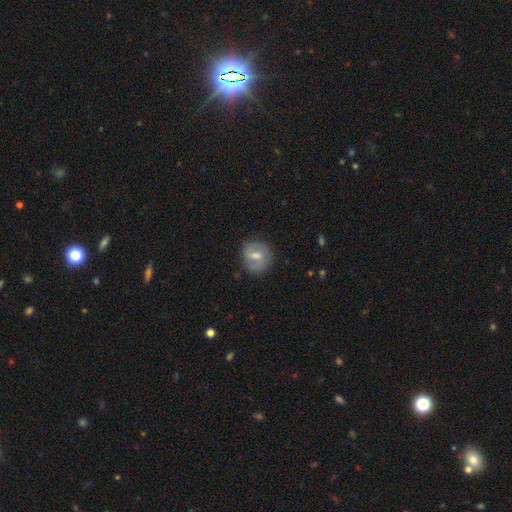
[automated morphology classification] Smooth or featured: featured or disk — 51% (smooth — 40%)
Edge-on disk: no — 96% (yes — 4%)
Merging: none — 79% (minor disturbance — 14%)